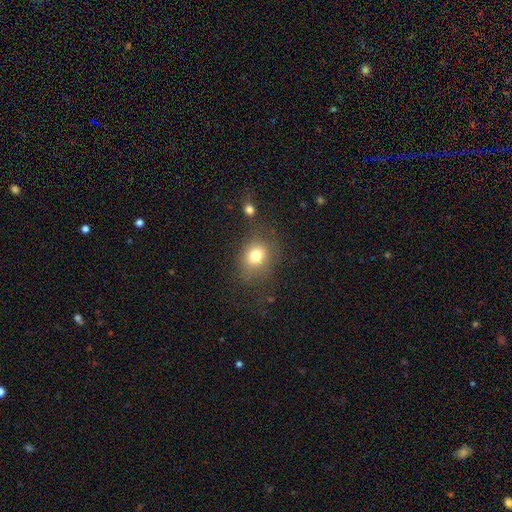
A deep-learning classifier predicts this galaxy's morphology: Smooth or featured? Predicted: smooth (p=0.76). How rounded? Predicted: round (p=0.57). Merging? Predicted: none (p=0.69).